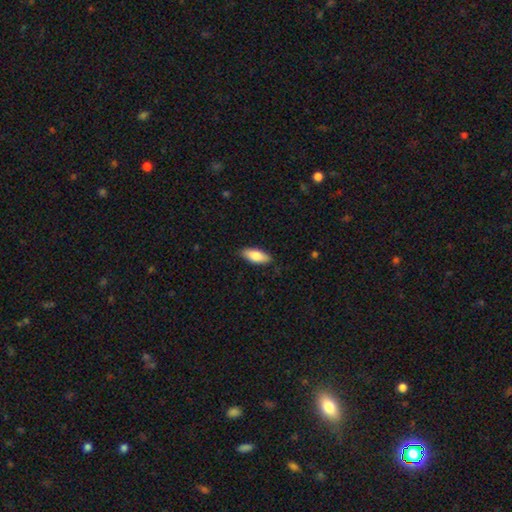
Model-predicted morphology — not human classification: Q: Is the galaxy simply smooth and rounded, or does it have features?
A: smooth — 80%.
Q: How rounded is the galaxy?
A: in between — 78%.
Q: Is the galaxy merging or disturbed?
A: none — 86%.